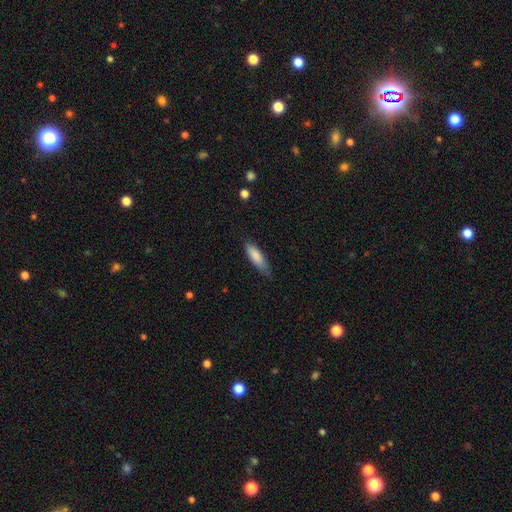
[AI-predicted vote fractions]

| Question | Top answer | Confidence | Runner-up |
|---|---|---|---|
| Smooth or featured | smooth | 83% | featured or disk (11%) |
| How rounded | cigar-shaped | 54% | in between (44%) |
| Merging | none | 66% | minor disturbance (28%) |